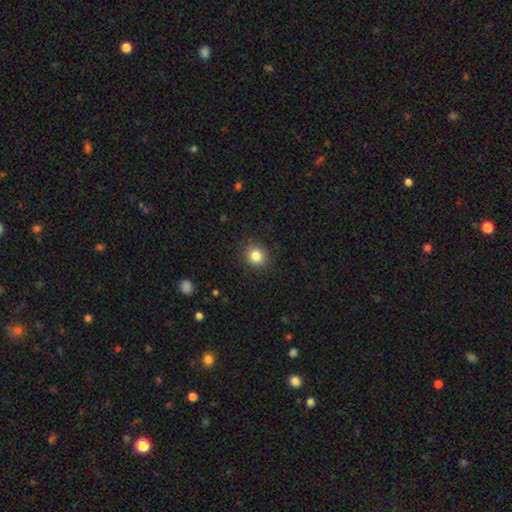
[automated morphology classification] type=smooth (84%); roundness=round (85%); merging=none (90%).